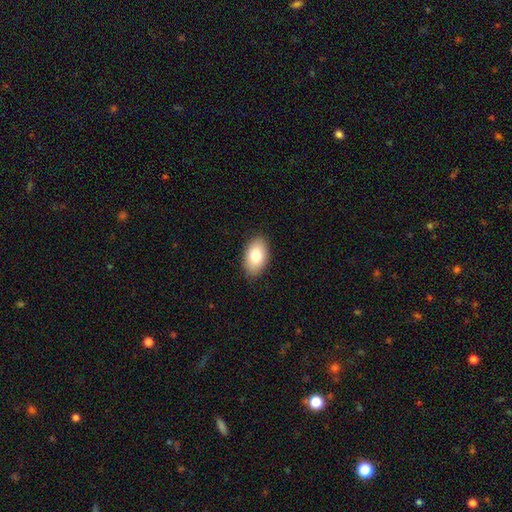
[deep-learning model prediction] Morphology: type=smooth (79%); roundness=in between (92%); merging=none (87%).